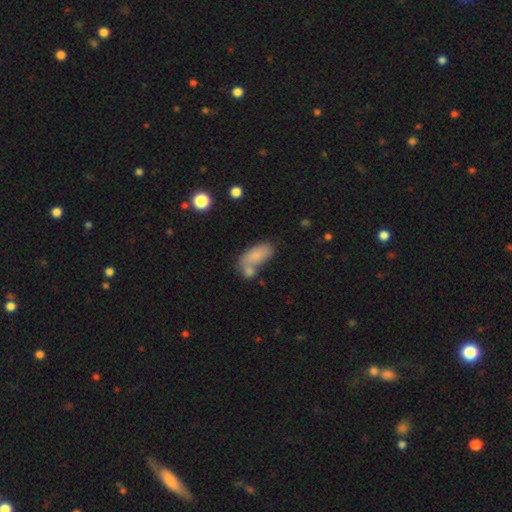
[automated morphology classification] Overall: smooth (79%). How rounded: in between (88%). Merging: merger (40%; none 37%).